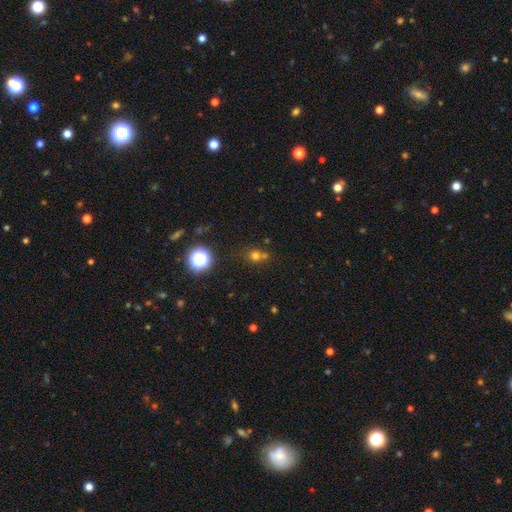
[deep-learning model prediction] Smooth or featured? smooth (65%)
How rounded? round (84%)
Merging? none (55%)